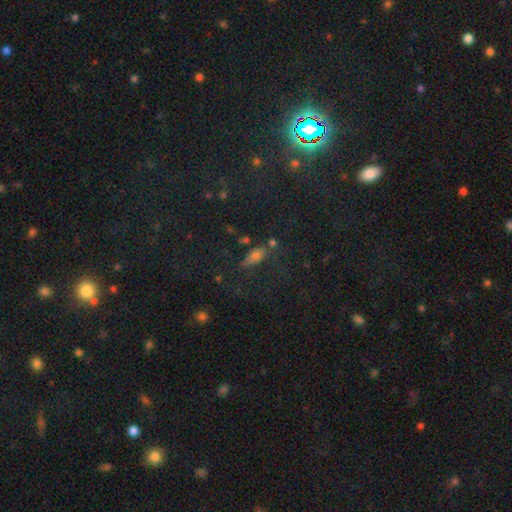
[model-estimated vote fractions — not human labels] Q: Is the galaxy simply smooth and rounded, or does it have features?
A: smooth — 57%.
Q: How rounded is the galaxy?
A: in between — 70%.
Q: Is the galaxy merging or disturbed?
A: none — 63%.